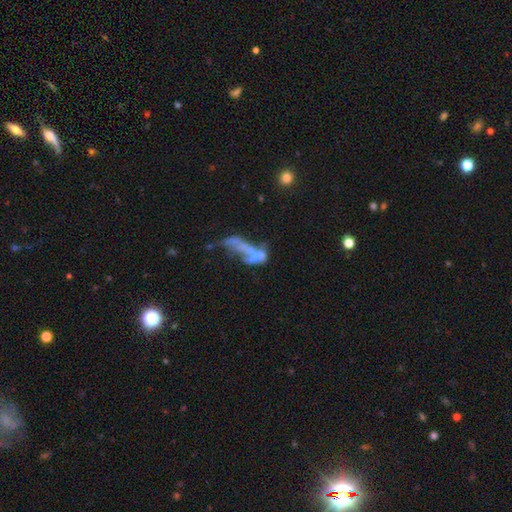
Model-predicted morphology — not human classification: featured or disk 50%, smooth 34%, star or artifact 17%. Down the decision tree: merging — merger (52%).